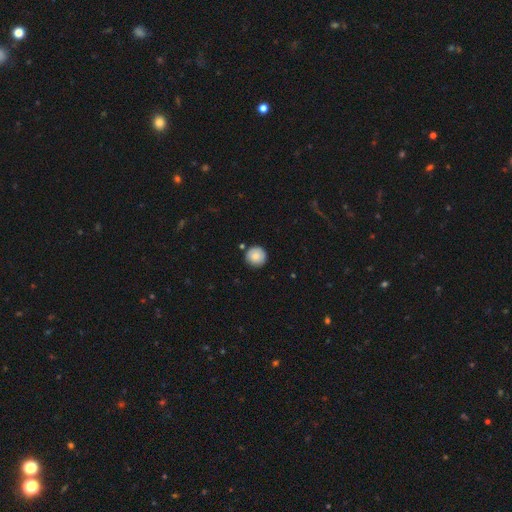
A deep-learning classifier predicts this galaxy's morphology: smooth-or-featured: smooth: 86% | star or artifact: 8% | featured or disk: 6%
  how-rounded: round: 95% | in between: 4% | cigar-shaped: 1%
  merging: none: 87% | minor disturbance: 8% | merger: 3% | major disturbance: 2%